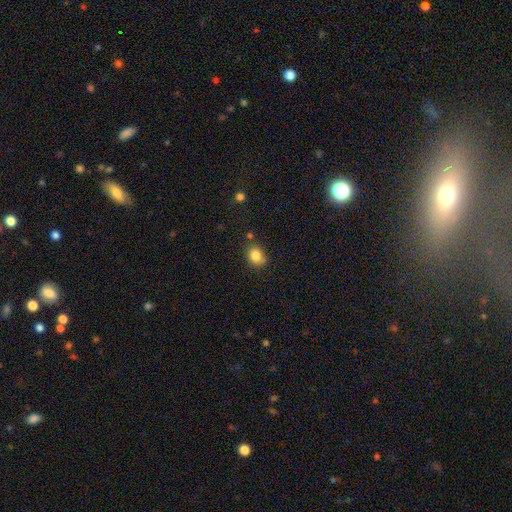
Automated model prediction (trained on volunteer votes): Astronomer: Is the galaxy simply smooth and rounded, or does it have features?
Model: smooth — 83%.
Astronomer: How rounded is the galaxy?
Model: round — 59% (runner-up: in between, 40%).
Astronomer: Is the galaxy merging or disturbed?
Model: none — 72%.